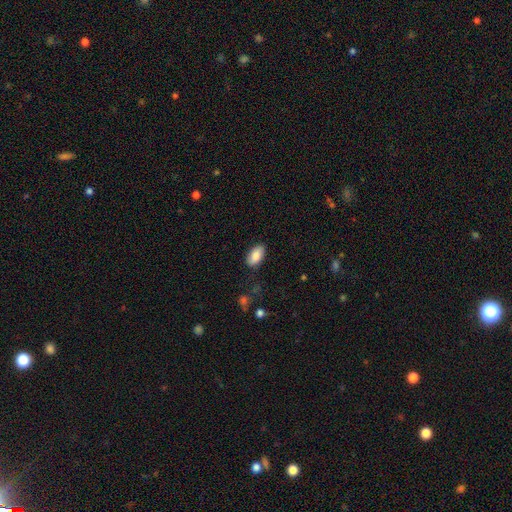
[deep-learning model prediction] Smooth or featured? Predicted: smooth (p=0.83). How rounded? Predicted: in between (p=0.94). Merging? Predicted: none (p=0.82).